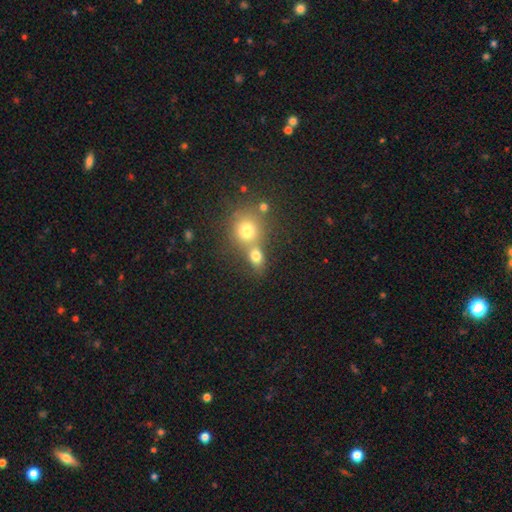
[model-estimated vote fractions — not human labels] This is likely a smooth galaxy (75%). How rounded: possibly round (60%). Merging: marginally merger (44%).